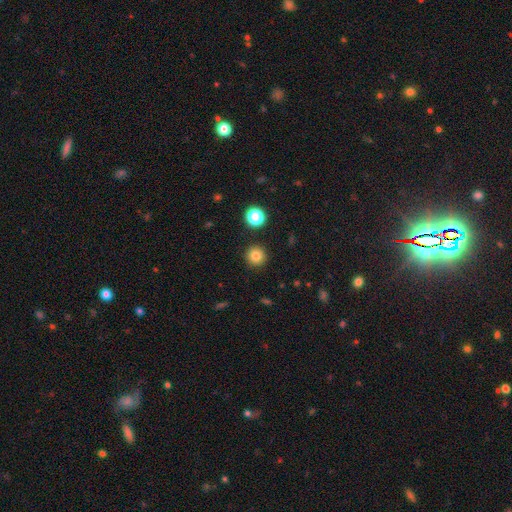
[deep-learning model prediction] Smooth or featured?
  - smooth: 82% *
  - star or artifact: 12%
  - featured or disk: 6%
How rounded?
  - round: 95% *
  - in between: 4%
  - cigar-shaped: 1%
Merging?
  - none: 91% *
  - minor disturbance: 5%
  - major disturbance: 2%
  - merger: 2%